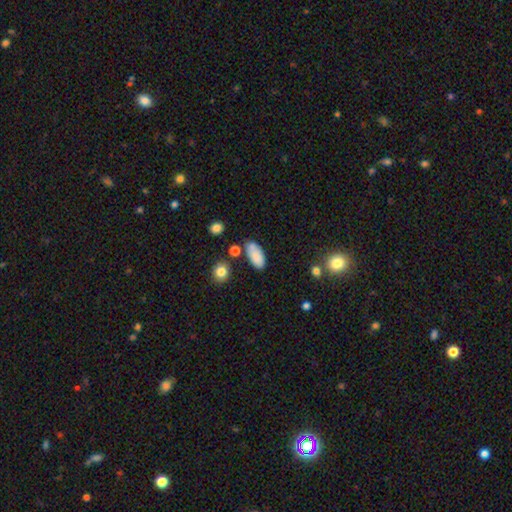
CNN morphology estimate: Q: Smooth or featured?
A: smooth (83%); runner-up: star or artifact (8%)
Q: How rounded?
A: in between (90%); runner-up: cigar-shaped (6%)
Q: Merging?
A: none (69%); runner-up: minor disturbance (18%)